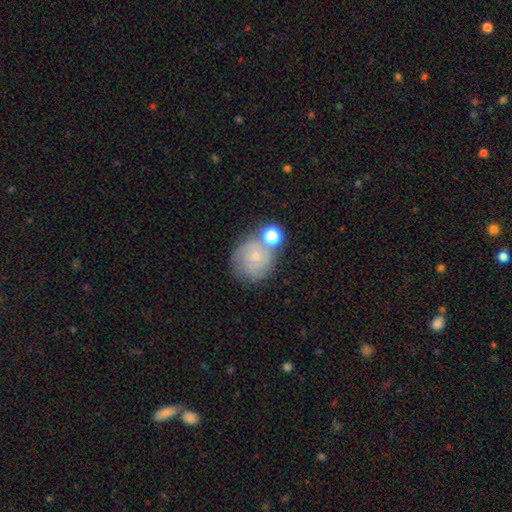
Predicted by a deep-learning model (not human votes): This appears to be a featured or disk galaxy (45%). Merging: none (58%).